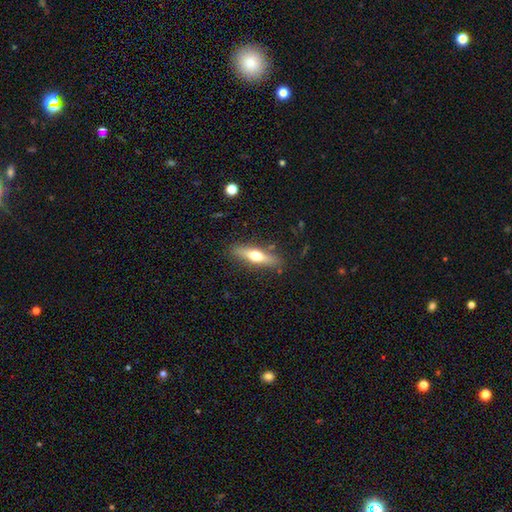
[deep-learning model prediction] Overall: smooth (49%; featured or disk 45%). Merging: none (86%).